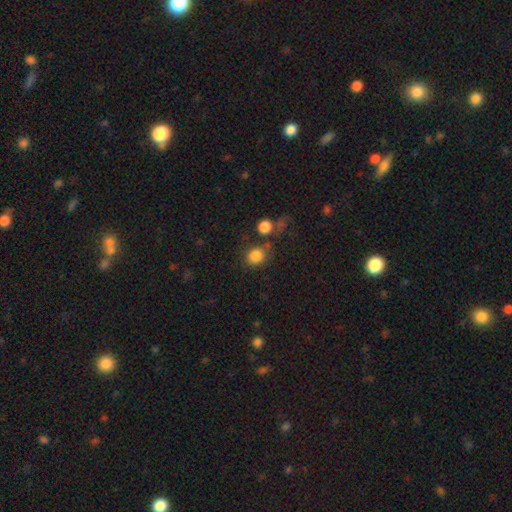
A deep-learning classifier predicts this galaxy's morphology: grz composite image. It shows a smooth galaxy with no disk features (84%) that is round (70%). Merging: none (64%).